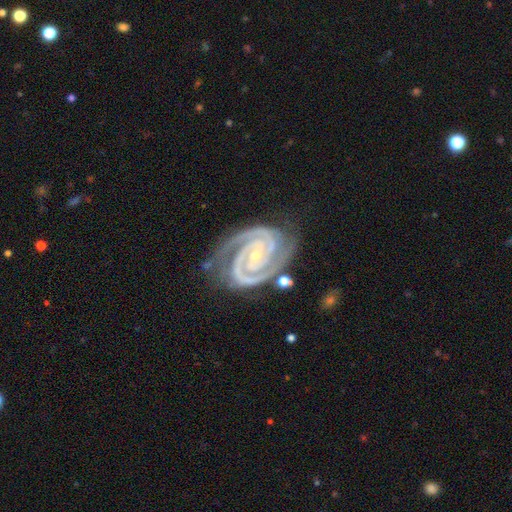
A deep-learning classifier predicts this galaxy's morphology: Smooth or featured: featured or disk — 94% (star or artifact — 4%)
Edge-on disk: no — 98% (yes — 2%)
Bar: no — 48% (weak — 27%)
Spiral arms: yes — 99% (no — 1%)
Spiral winding: tight — 80% (medium — 19%)
Spiral arm count: 2 — 83% (3 — 10%)
Bulge size: small — 75% (moderate — 22%)
Merging: none — 74% (minor disturbance — 18%)